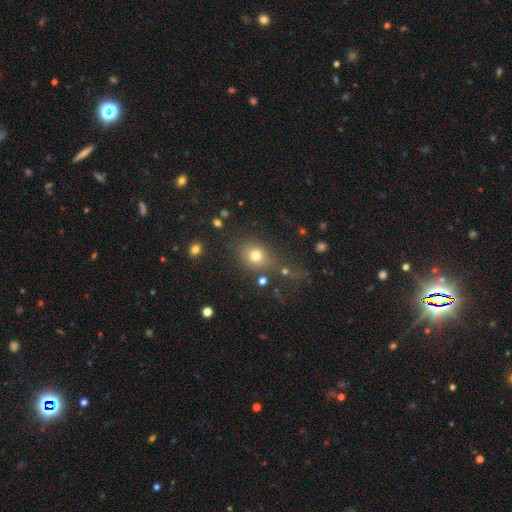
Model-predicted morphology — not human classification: This is likely a smooth galaxy (73%). How rounded: likely round (63%). Merging: likely none (62%).